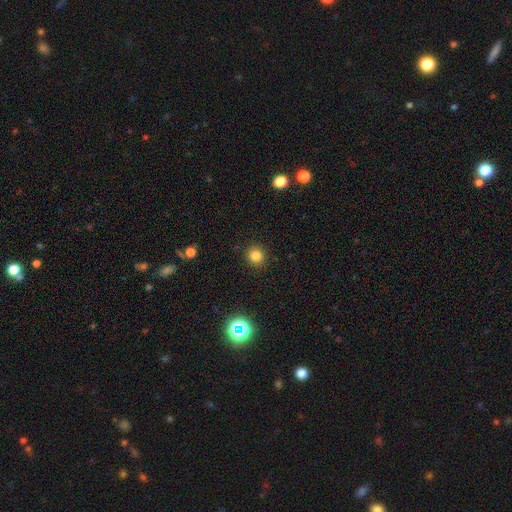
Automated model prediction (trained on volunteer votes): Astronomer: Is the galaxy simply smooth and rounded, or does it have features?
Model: smooth — 81%.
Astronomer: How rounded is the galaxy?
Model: round — 92%.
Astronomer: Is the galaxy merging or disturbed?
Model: none — 92%.